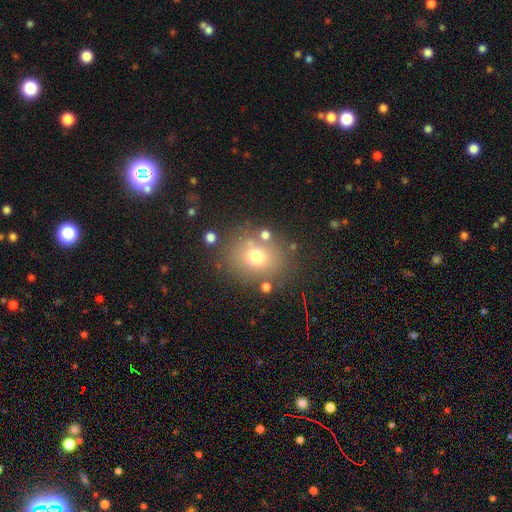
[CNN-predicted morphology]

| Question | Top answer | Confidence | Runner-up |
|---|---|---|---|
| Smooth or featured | smooth | 70% | star or artifact (16%) |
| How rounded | round | 65% | in between (35%) |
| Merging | none | 76% | minor disturbance (12%) |